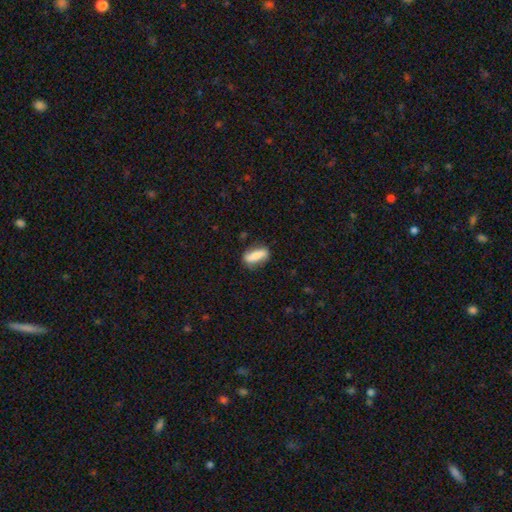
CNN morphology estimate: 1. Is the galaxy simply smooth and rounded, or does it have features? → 76% smooth, 17% featured or disk, 7% star or artifact.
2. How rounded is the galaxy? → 62% in between, 34% cigar-shaped, 4% round.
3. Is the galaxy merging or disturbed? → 76% none, 17% minor disturbance, 4% major disturbance, 2% merger.